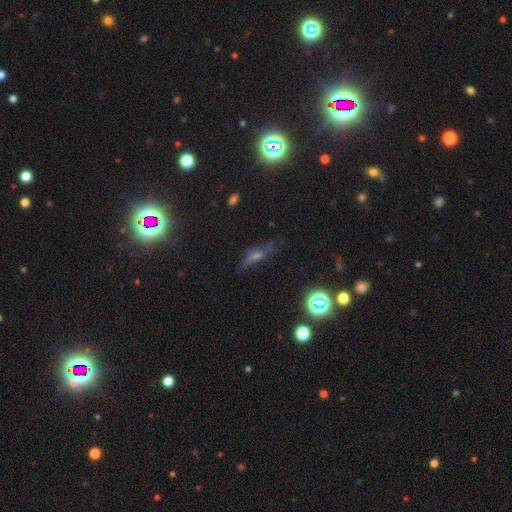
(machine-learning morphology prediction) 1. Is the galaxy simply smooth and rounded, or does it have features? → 46% featured or disk, 31% star or artifact, 23% smooth.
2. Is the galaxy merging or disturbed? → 64% none, 20% minor disturbance, 13% major disturbance, 3% merger.